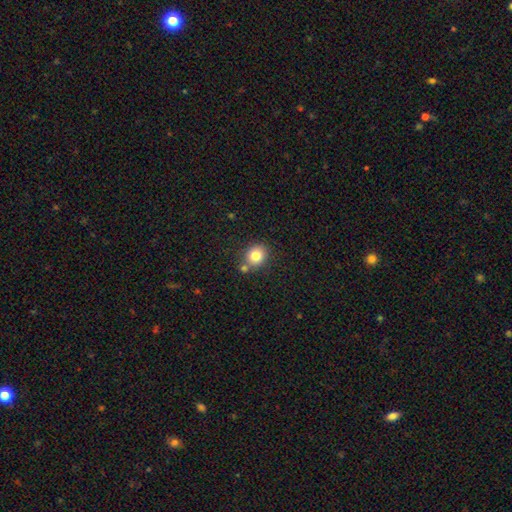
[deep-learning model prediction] Smooth or featured?
  - smooth: 80% *
  - star or artifact: 11%
  - featured or disk: 9%
How rounded?
  - round: 73% *
  - in between: 26%
  - cigar-shaped: 1%
Merging?
  - none: 70% *
  - merger: 16%
  - minor disturbance: 11%
  - major disturbance: 3%